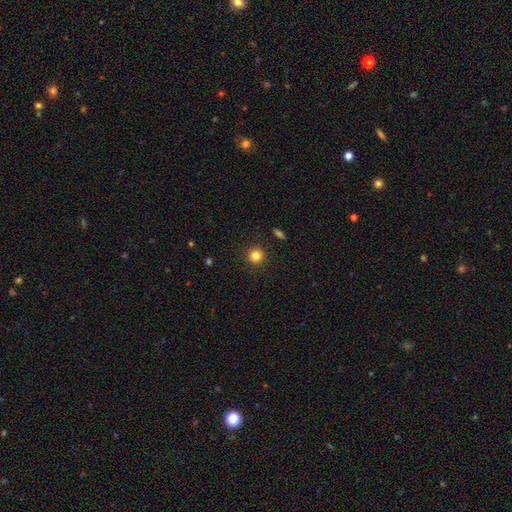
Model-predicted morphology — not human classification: Q: Smooth or featured?
A: smooth (83%); runner-up: star or artifact (12%)
Q: How rounded?
A: round (94%); runner-up: in between (5%)
Q: Merging?
A: none (91%); runner-up: minor disturbance (5%)